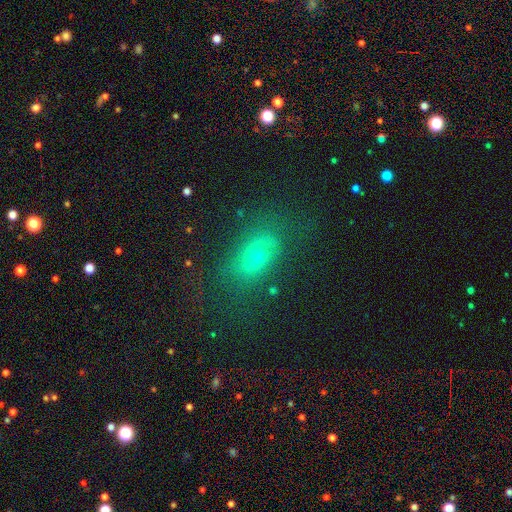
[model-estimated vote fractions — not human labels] Smooth or featured? Predicted: smooth (p=0.49). Merging? Predicted: none (p=0.68).